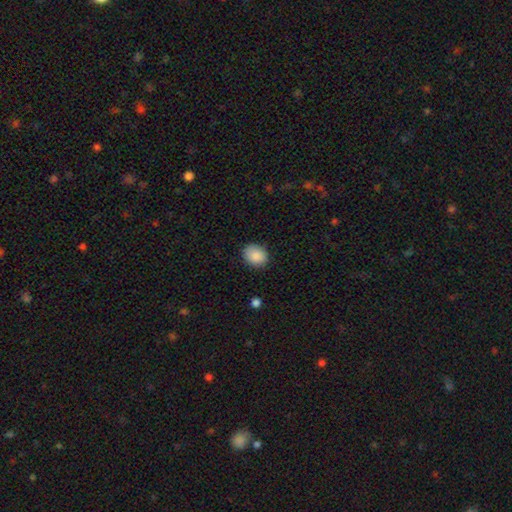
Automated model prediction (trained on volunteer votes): Morphology: type=smooth (88%); roundness=round (59%); merging=none (86%).